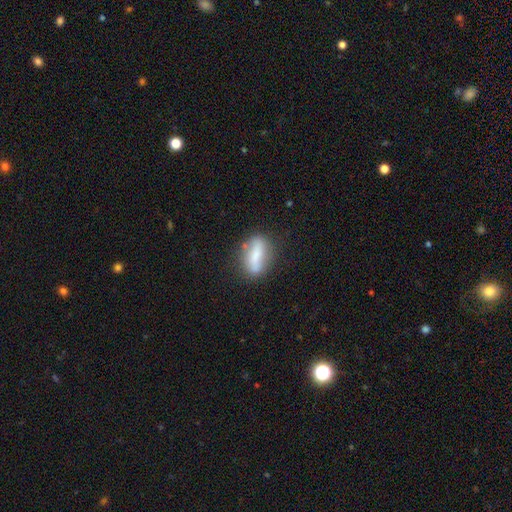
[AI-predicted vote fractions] Morphology: type=smooth (58%); roundness=in between (63%); merging=none (69%).